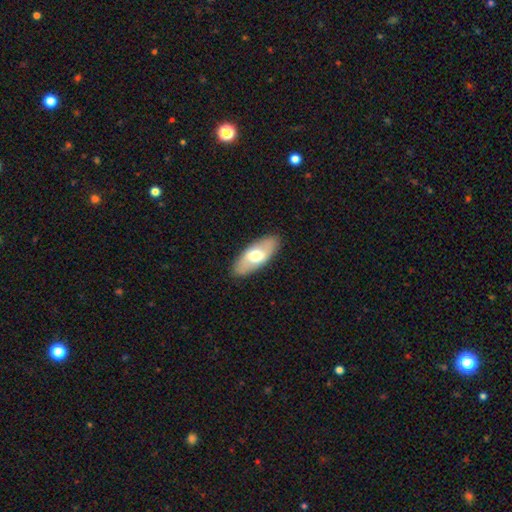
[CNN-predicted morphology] This appears to be a smooth galaxy with no disk features (57%) that is in between round and cigar-shaped (85%). Merging: none (88%).